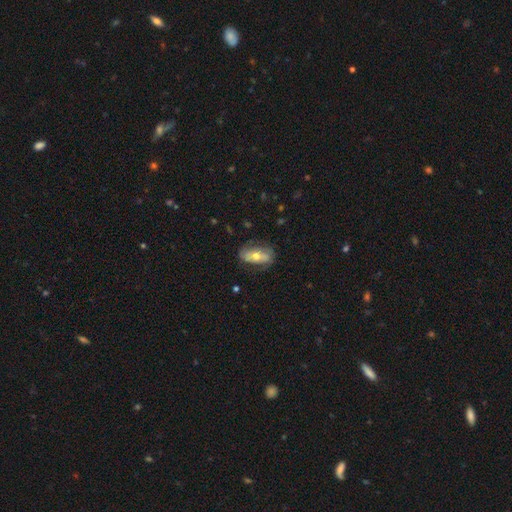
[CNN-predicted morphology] Overall: featured or disk (49%; smooth 44%). Merging: none (70%).